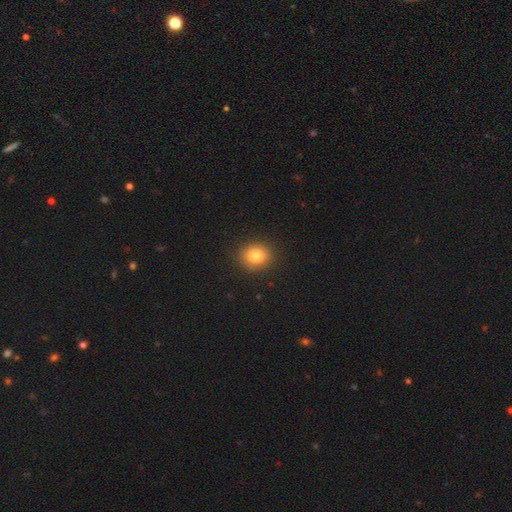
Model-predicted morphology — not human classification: A smooth galaxy with no disk features (82%) that is round (71%). Merging: none (90%).